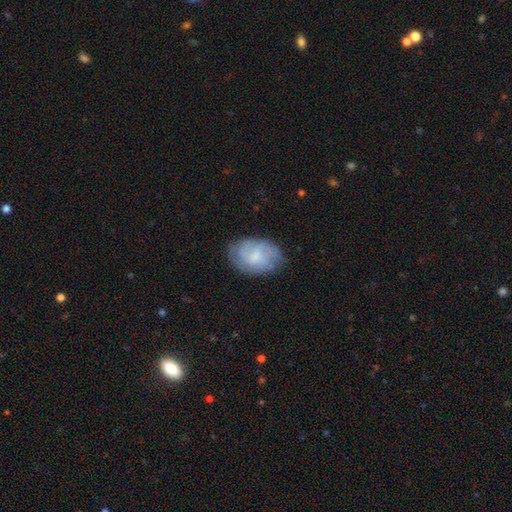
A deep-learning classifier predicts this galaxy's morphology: Smooth or featured?
  - smooth: 52% *
  - featured or disk: 41%
  - star or artifact: 7%
How rounded?
  - in between: 84% *
  - round: 15%
  - cigar-shaped: 1%
Merging?
  - none: 71% *
  - minor disturbance: 21%
  - major disturbance: 6%
  - merger: 1%